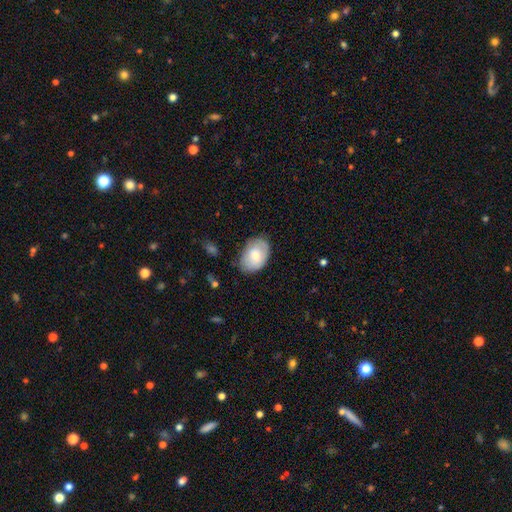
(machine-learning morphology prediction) A smooth galaxy with no disk features (70%) that is in between round and cigar-shaped (84%).

Vote fractions:
- Smooth or featured? smooth: 70% / featured or disk: 23% / star or artifact: 6%
- How rounded? in between: 84% / round: 15% / cigar-shaped: 1%
- Merging? none: 73% / minor disturbance: 21% / major disturbance: 4% / merger: 2%